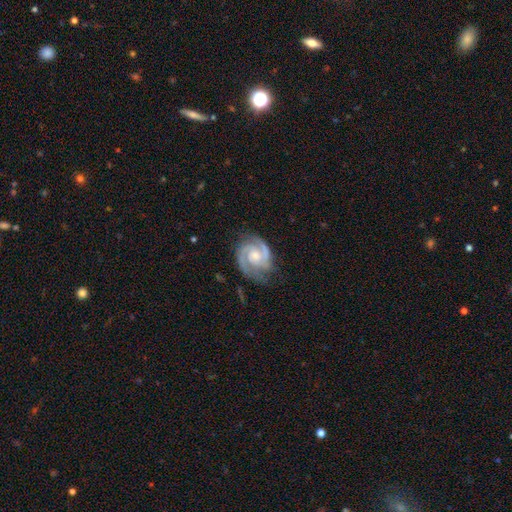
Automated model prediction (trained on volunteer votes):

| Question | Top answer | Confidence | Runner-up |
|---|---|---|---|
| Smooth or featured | featured or disk | 91% | smooth (5%) |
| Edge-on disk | no | 98% | yes (2%) |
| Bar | no | 62% | weak (31%) |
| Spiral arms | yes | 98% | no (2%) |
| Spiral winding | tight | 56% | medium (38%) |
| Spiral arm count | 2 | 84% | 3 (7%) |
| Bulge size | moderate | 48% | small (37%) |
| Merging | none | 72% | minor disturbance (20%) |